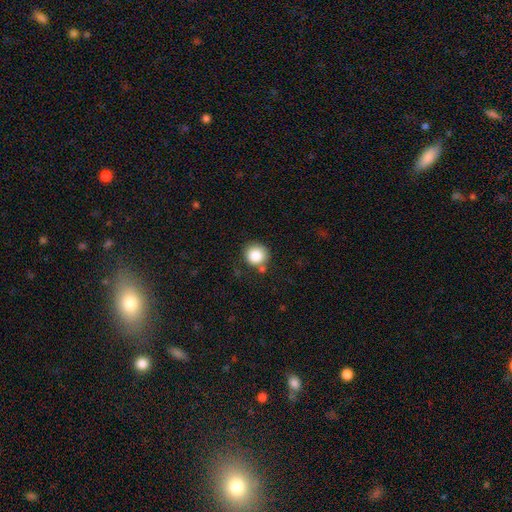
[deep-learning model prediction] A smooth galaxy with no disk features (85%) that is round (93%). Merging: none (79%).